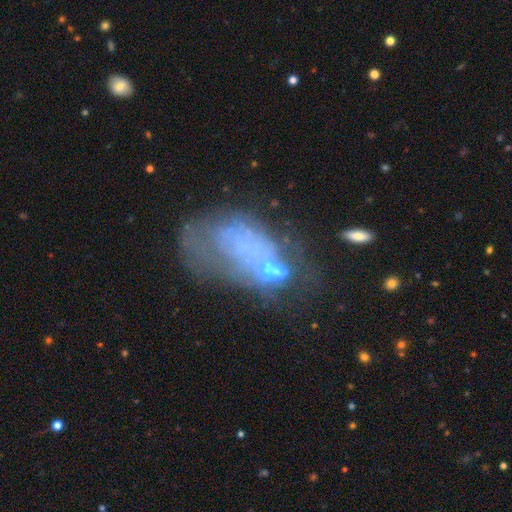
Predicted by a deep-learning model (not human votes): A featured or disk galaxy (48%). Merging: major disturbance (38%).